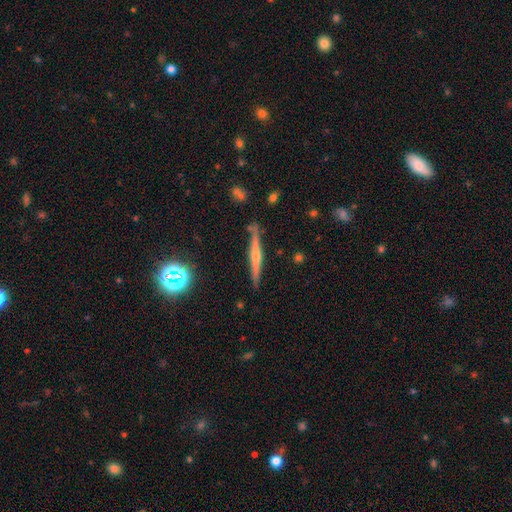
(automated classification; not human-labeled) The model was most divided on "smooth or featured": featured or disk: 72%, smooth: 19%, star or artifact: 10%. More confident: edge-on disk — yes (97%); merging — none (88%); edge-on bulge — rounded (82%).